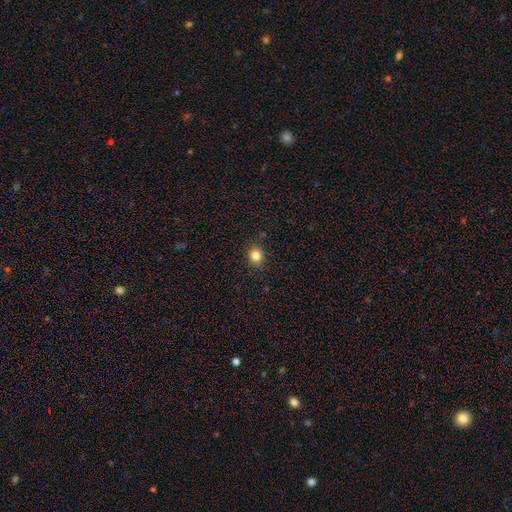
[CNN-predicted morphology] type=smooth (83%); roundness=round (76%); merging=none (89%).